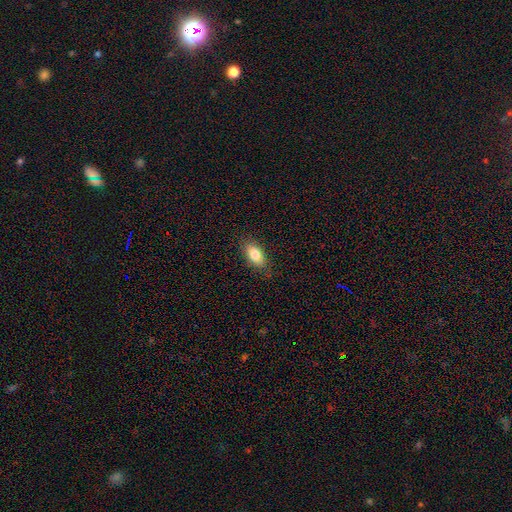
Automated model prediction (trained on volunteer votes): Smooth or featured? smooth (82%)
How rounded? in between (88%)
Merging? none (84%)